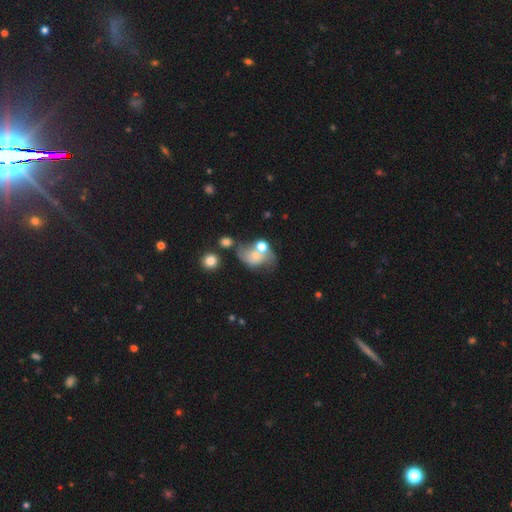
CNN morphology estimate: Smooth or featured? Predicted: featured or disk (p=0.54). Edge-on disk? Predicted: no (p=0.97). Bar? Predicted: no (p=0.76). Spiral arms? Predicted: yes (p=0.73). Bulge size? Predicted: small (p=0.46). Merging? Predicted: merger (p=0.33).